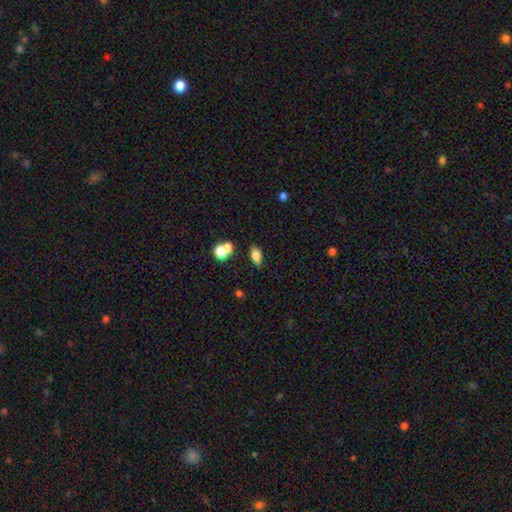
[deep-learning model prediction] A smooth galaxy with no disk features (78%) that is in between round and cigar-shaped (85%).

Vote fractions:
- Smooth or featured? smooth: 78% / featured or disk: 12% / star or artifact: 11%
- How rounded? in between: 85% / round: 10% / cigar-shaped: 5%
- Merging? none: 68% / minor disturbance: 15% / merger: 13% / major disturbance: 4%